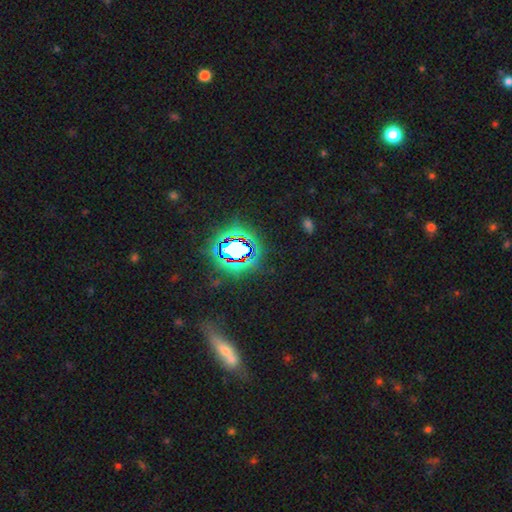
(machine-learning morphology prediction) A star or artifact, not a galaxy (77%).

Vote fractions:
- Smooth or featured? star or artifact: 77% / smooth: 13% / featured or disk: 10%